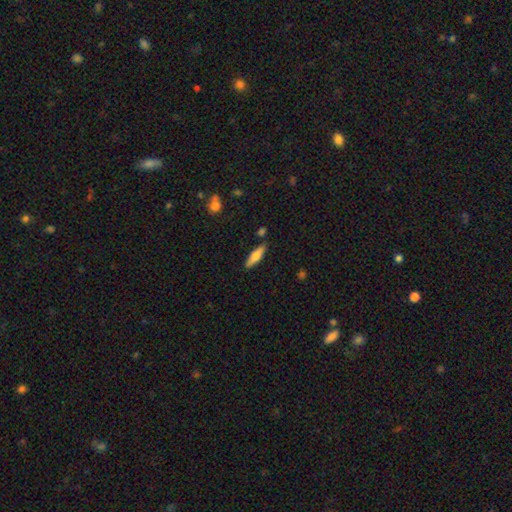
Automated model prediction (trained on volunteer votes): The model was most divided on "smooth or featured": smooth: 61%, featured or disk: 32%, star or artifact: 6%. More confident: merging — none (85%); how rounded — cigar-shaped (68%).